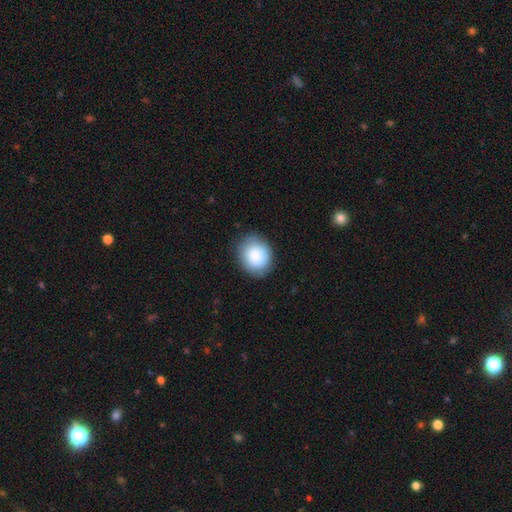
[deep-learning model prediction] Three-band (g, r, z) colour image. It shows a smooth galaxy with no disk features (85%) that is round (70%). Merging: none (80%).